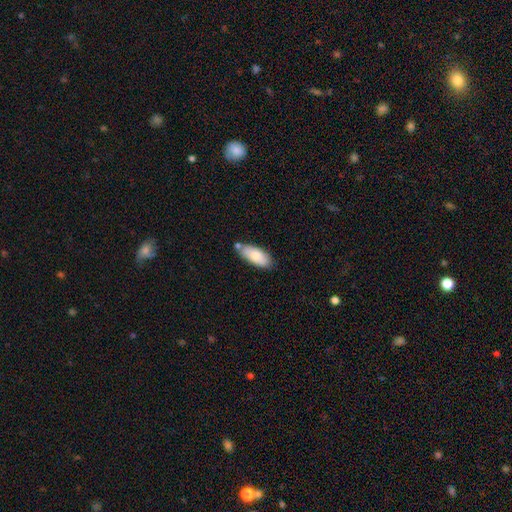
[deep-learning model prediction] A smooth galaxy with no disk features (79%) that is in between round and cigar-shaped (82%). Merging: none (65%).